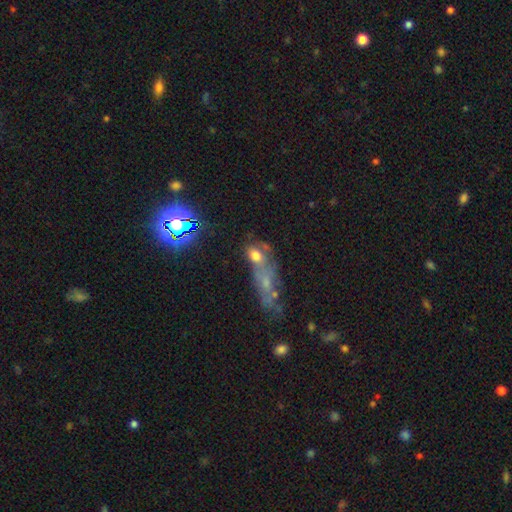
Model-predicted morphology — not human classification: Overall: smooth (57%; featured or disk 24%). How rounded: in between (67%). Merging: none (34%, tied with merger).